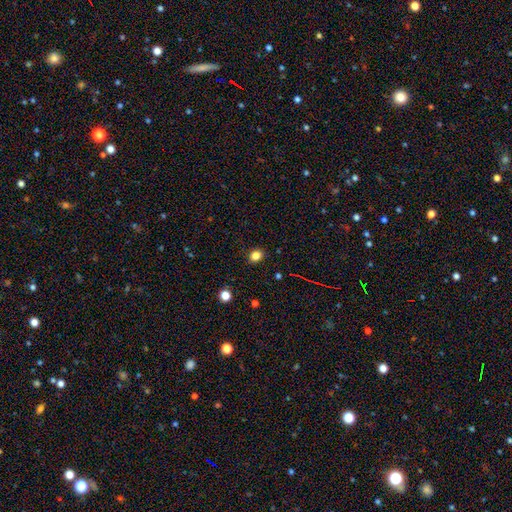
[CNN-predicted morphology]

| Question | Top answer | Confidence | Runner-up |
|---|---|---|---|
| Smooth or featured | smooth | 82% | star or artifact (13%) |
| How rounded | round | 57% | in between (42%) |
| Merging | none | 89% | minor disturbance (8%) |